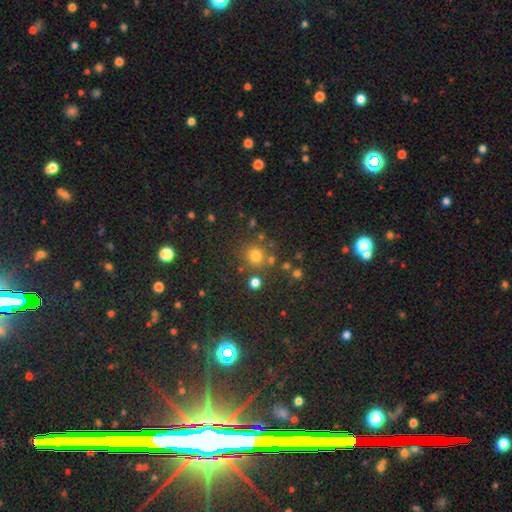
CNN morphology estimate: type=smooth (71%); roundness=round (90%); merging=none (77%).